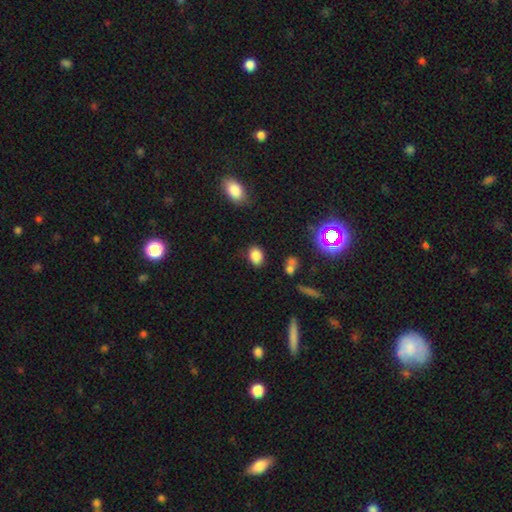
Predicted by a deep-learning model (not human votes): A smooth galaxy with no disk features (82%) that is in between round and cigar-shaped (72%).

Vote fractions:
- Smooth or featured? smooth: 82% / star or artifact: 12% / featured or disk: 6%
- How rounded? in between: 72% / round: 27% / cigar-shaped: 1%
- Merging? none: 80% / minor disturbance: 13% / major disturbance: 4% / merger: 3%